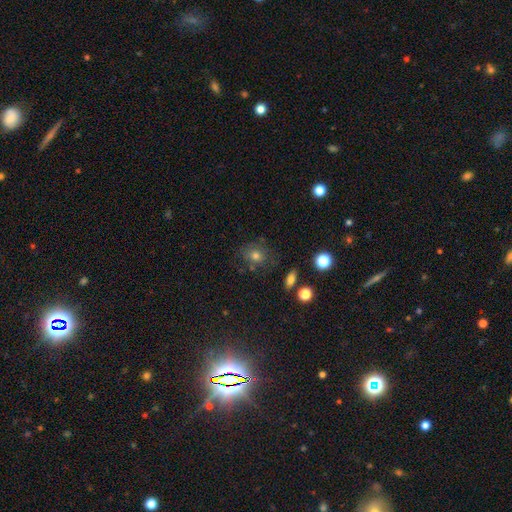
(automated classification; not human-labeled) smooth 70%, star or artifact 15%, featured or disk 15%. Down the decision tree: how rounded — round (66%); merging — none (71%).